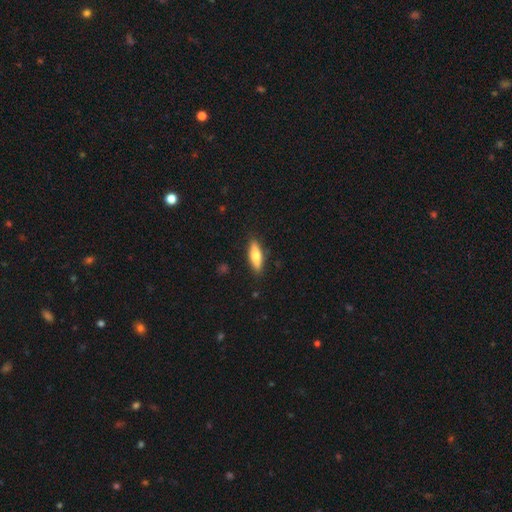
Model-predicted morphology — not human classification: smooth_or_featured: smooth (p=0.67) [alt: featured or disk p=0.27]
how_rounded: cigar-shaped (p=0.49) [tied with: in between p=0.49]
merging: none (p=0.87) [alt: minor disturbance p=0.09]